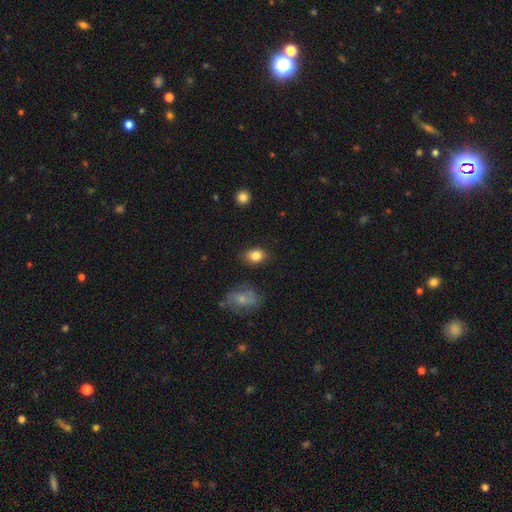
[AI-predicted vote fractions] Smooth or featured?
  - smooth: 84% *
  - star or artifact: 9%
  - featured or disk: 7%
How rounded?
  - in between: 66% *
  - round: 32%
  - cigar-shaped: 1%
Merging?
  - none: 80% *
  - minor disturbance: 14%
  - major disturbance: 3%
  - merger: 2%